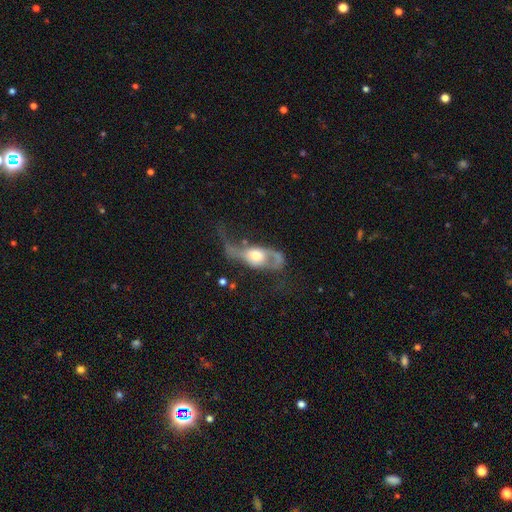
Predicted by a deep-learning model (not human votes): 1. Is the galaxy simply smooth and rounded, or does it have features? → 63% featured or disk, 30% smooth, 6% star or artifact.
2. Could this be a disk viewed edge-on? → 86% no, 14% yes.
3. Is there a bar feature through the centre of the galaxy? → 75% no, 18% weak, 7% strong.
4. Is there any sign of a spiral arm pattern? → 60% yes, 40% no.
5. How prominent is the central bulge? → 65% moderate, 16% large, 15% small, 2% dominant, 1% none.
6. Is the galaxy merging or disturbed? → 56% major disturbance, 20% none, 17% minor disturbance, 7% merger.